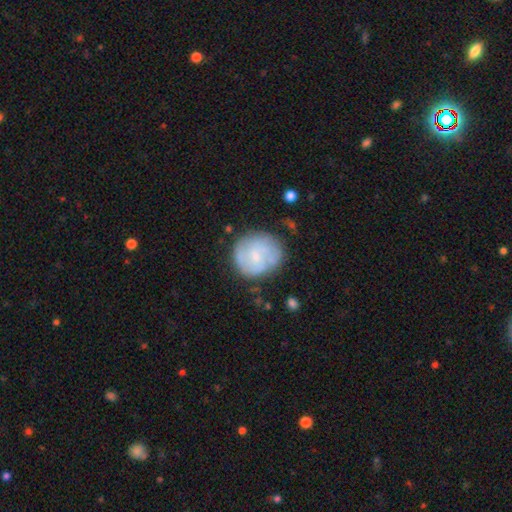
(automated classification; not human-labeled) A featured or disk galaxy (49%). Merging: none (70%).